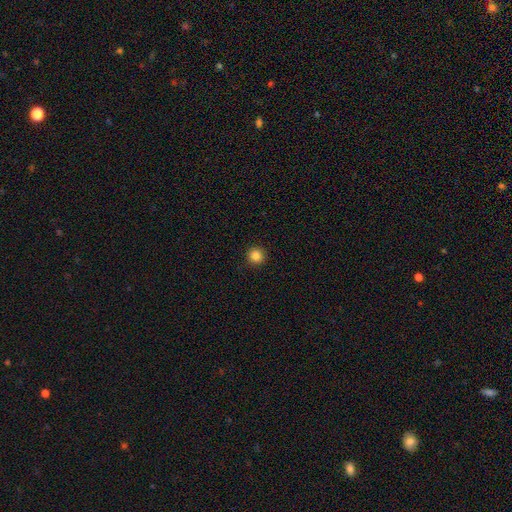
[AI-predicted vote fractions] Smooth or featured? Predicted: smooth (p=0.85). How rounded? Predicted: round (p=0.95). Merging? Predicted: none (p=0.93).